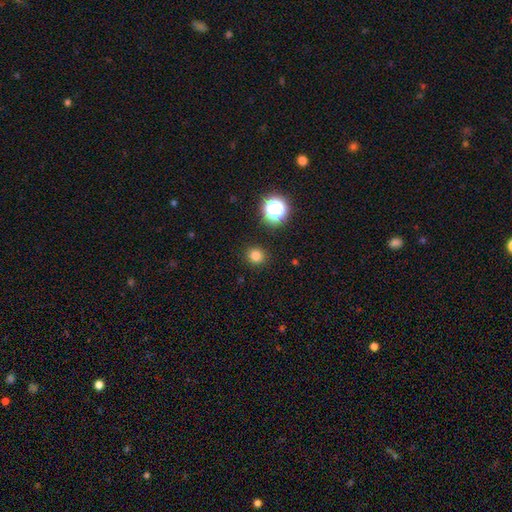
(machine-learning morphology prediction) smooth_or_featured: smooth (p=0.79) [alt: star or artifact p=0.16]
how_rounded: round (p=0.91) [alt: in between p=0.08]
merging: none (p=0.91) [alt: minor disturbance p=0.06]